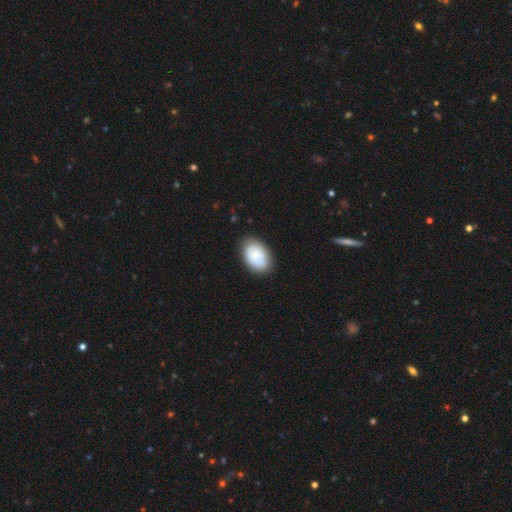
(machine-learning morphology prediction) smooth_or_featured: smooth (p=0.71) [alt: featured or disk p=0.22]
how_rounded: in between (p=0.87) [alt: round p=0.11]
merging: none (p=0.77) [alt: minor disturbance p=0.16]